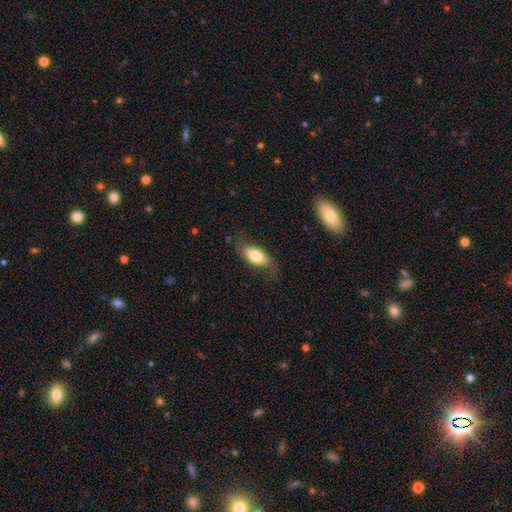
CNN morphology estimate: This appears to be a smooth galaxy with no disk features (64%) that is in between round and cigar-shaped (85%). Merging: none (68%).